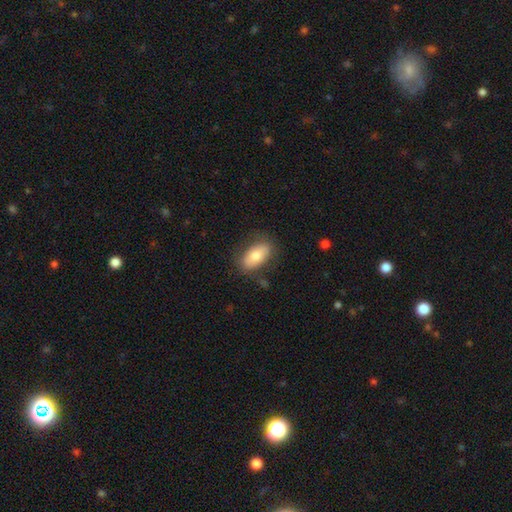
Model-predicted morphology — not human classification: smooth-or-featured: smooth: 74% | featured or disk: 19% | star or artifact: 6%
  how-rounded: in between: 91% | round: 5% | cigar-shaped: 4%
  merging: none: 77% | minor disturbance: 16% | major disturbance: 5% | merger: 2%